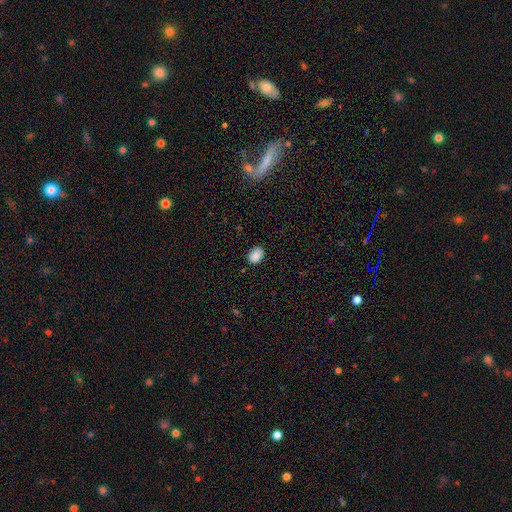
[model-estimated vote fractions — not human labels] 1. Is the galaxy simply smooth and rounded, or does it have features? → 84% smooth, 9% star or artifact, 7% featured or disk.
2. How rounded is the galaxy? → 60% in between, 39% round, 1% cigar-shaped.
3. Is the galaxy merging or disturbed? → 83% none, 13% minor disturbance, 2% major disturbance, 1% merger.